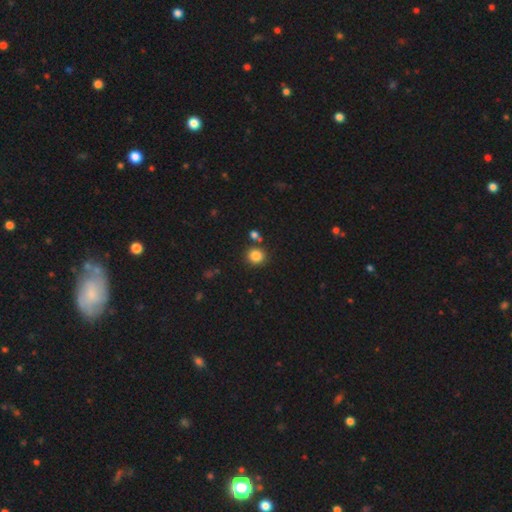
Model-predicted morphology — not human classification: Smooth or featured? Predicted: smooth (p=0.85). How rounded? Predicted: round (p=0.86). Merging? Predicted: none (p=0.81).